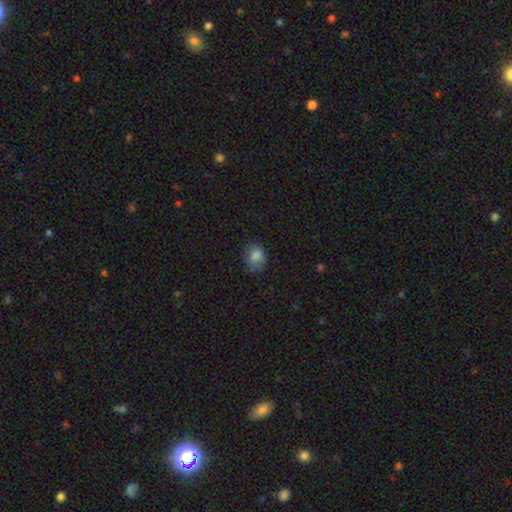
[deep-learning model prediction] Q: Smooth or featured?
A: smooth (83%); runner-up: star or artifact (10%)
Q: How rounded?
A: in between (51%); runner-up: round (48%)
Q: Merging?
A: none (67%); runner-up: minor disturbance (24%)